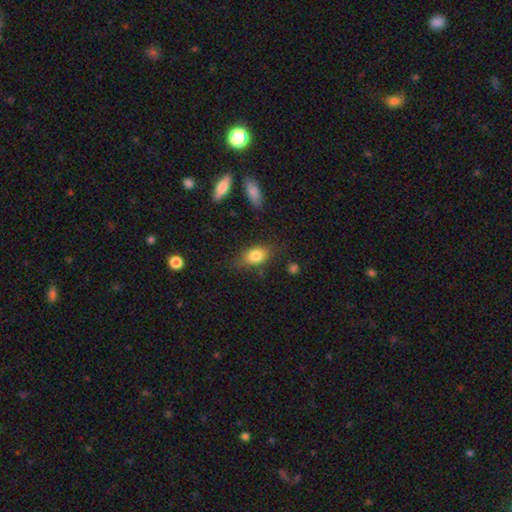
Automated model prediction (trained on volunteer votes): Smooth or featured? smooth (80%)
How rounded? in between (79%)
Merging? none (70%)